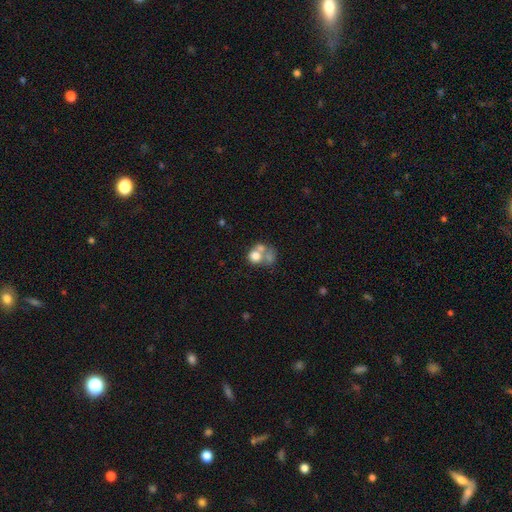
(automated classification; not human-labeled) smooth_or_featured: smooth (p=0.64) [alt: featured or disk p=0.24]
how_rounded: round (p=0.68) [alt: in between p=0.31]
merging: merger (p=0.57) [alt: none p=0.25]